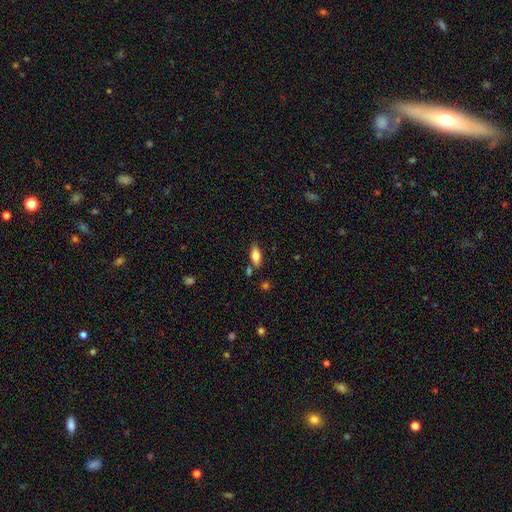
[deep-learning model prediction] This is likely a smooth galaxy (69%). How rounded: clearly in between (82%). Merging: likely none (76%).